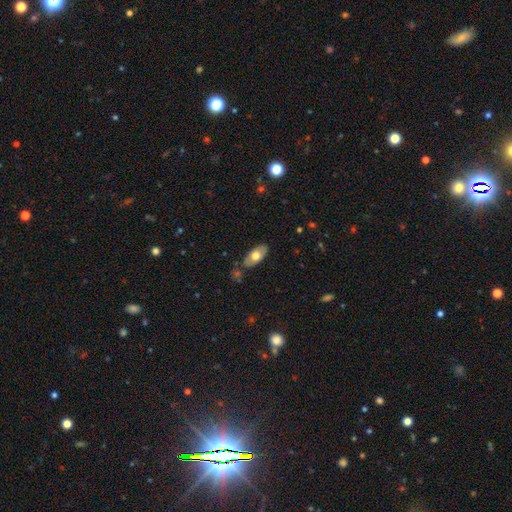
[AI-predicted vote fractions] This is likely a smooth galaxy (65%). How rounded: clearly in between (90%). Merging: likely none (80%).